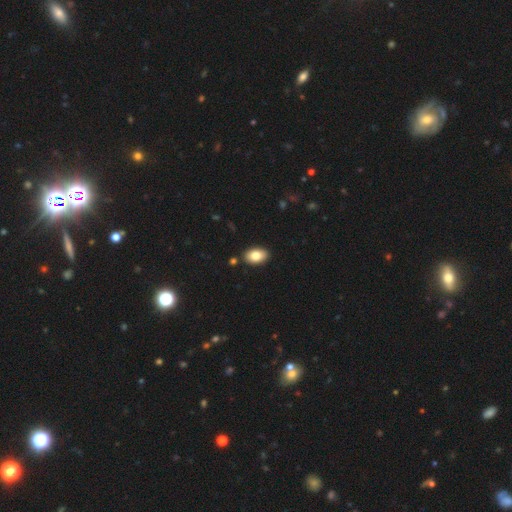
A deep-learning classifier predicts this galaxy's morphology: A smooth galaxy with no disk features (82%) that is in between round and cigar-shaped (91%). Merging: none (88%).